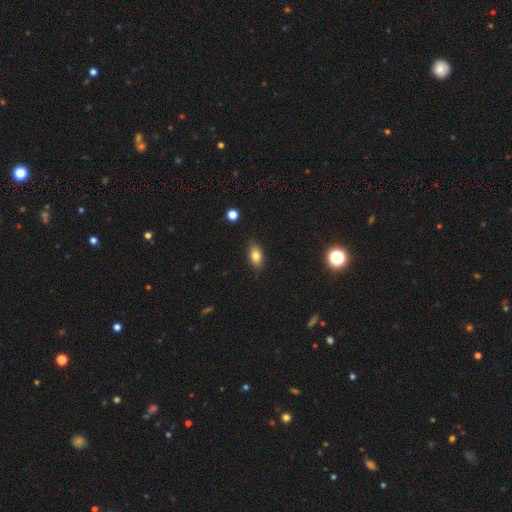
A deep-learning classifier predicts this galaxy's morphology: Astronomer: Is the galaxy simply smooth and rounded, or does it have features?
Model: smooth — 81%.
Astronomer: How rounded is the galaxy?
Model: in between — 88%.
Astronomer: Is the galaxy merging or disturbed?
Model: none — 85%.